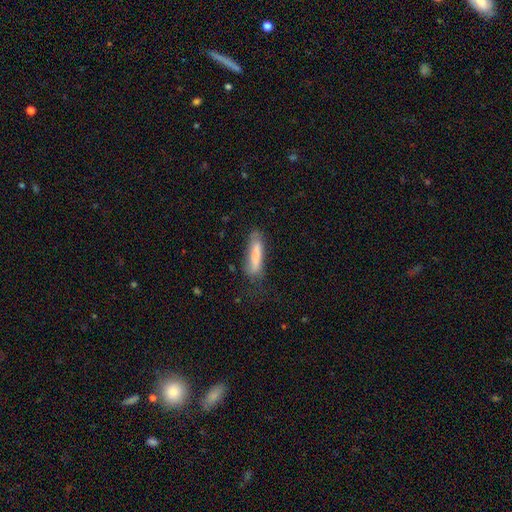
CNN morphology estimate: A smooth galaxy with no disk features (78%) that is cigar-shaped (77%).

Vote fractions:
- Smooth or featured? smooth: 78% / featured or disk: 15% / star or artifact: 7%
- How rounded? cigar-shaped: 77% / in between: 21% / round: 1%
- Merging? none: 64% / minor disturbance: 24% / major disturbance: 10% / merger: 2%